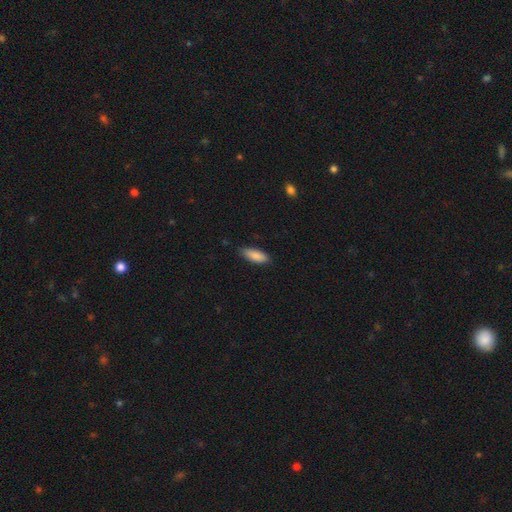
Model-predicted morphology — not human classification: The model was most divided on "how rounded": in between: 71%, cigar-shaped: 27%, round: 2%. More confident: smooth or featured — smooth (88%); merging — none (82%).